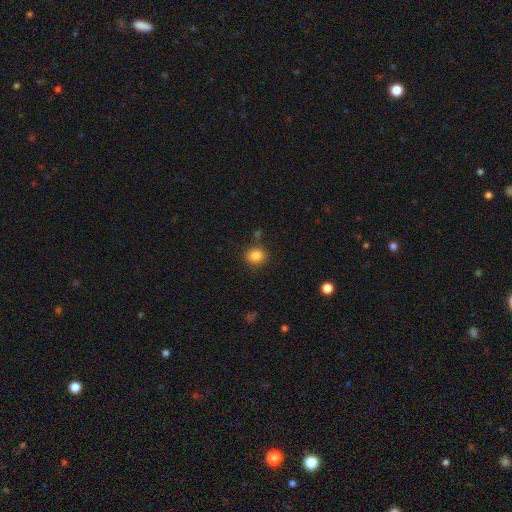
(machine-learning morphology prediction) Smooth or featured? smooth (85%)
How rounded? round (69%)
Merging? none (84%)